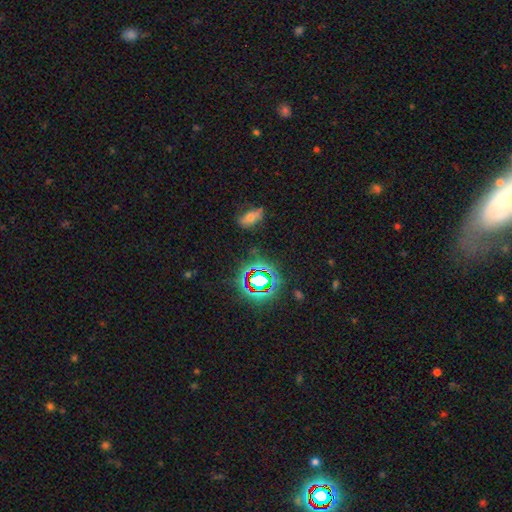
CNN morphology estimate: A star or artifact, not a galaxy (63%).